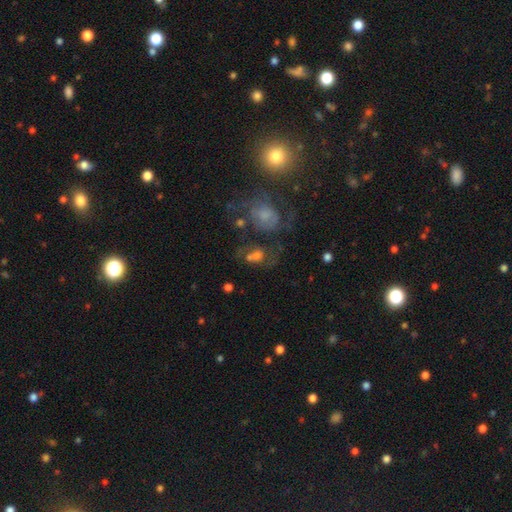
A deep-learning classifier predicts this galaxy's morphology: This is possibly a smooth galaxy (48%). Merging: marginally none (37%).